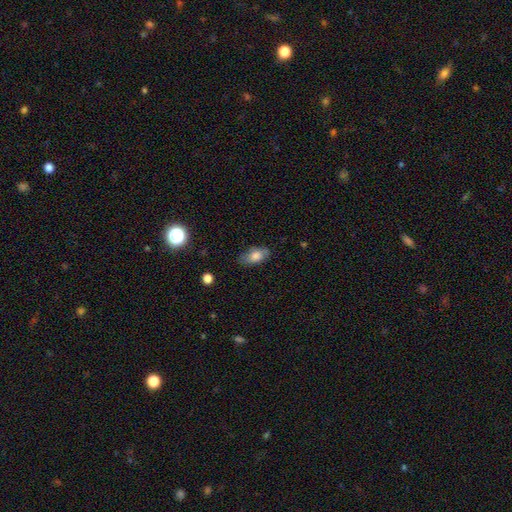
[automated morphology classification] The model was most divided on "merging": none: 74%, minor disturbance: 20%, major disturbance: 4%, merger: 1%. More confident: how rounded — in between (89%); smooth or featured — smooth (76%).